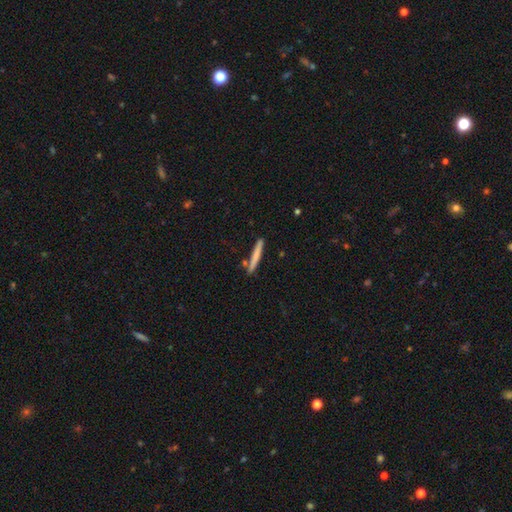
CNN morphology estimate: Smooth or featured? smooth (69%)
How rounded? cigar-shaped (96%)
Merging? none (85%)